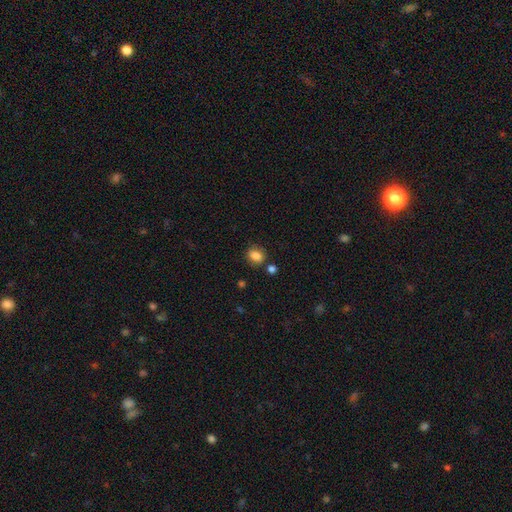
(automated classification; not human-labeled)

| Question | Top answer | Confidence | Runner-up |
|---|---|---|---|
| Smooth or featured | smooth | 84% | star or artifact (10%) |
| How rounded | in between | 52% | round (47%) |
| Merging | none | 76% | minor disturbance (13%) |